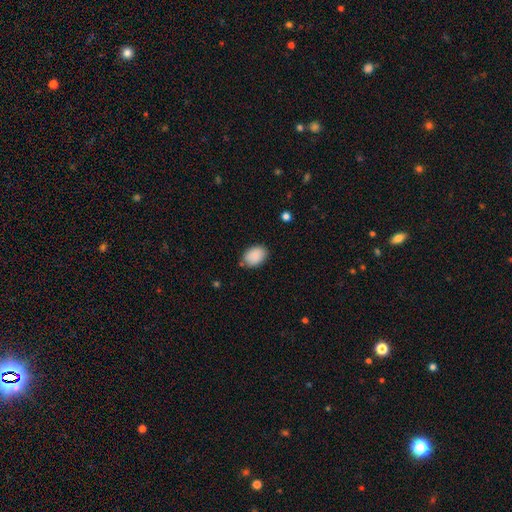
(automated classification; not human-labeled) smooth-or-featured: smooth: 90% | star or artifact: 7% | featured or disk: 3%
  how-rounded: in between: 85% | round: 14% | cigar-shaped: 1%
  merging: none: 80% | minor disturbance: 15% | major disturbance: 3% | merger: 2%